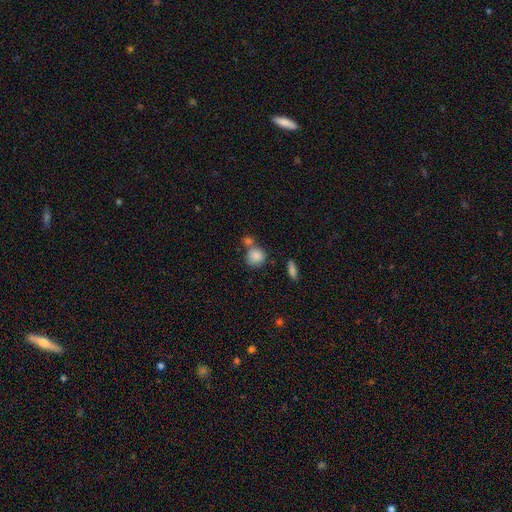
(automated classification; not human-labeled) Q: Smooth or featured?
A: smooth (85%); runner-up: star or artifact (8%)
Q: How rounded?
A: round (80%); runner-up: in between (19%)
Q: Merging?
A: none (50%); runner-up: merger (33%)